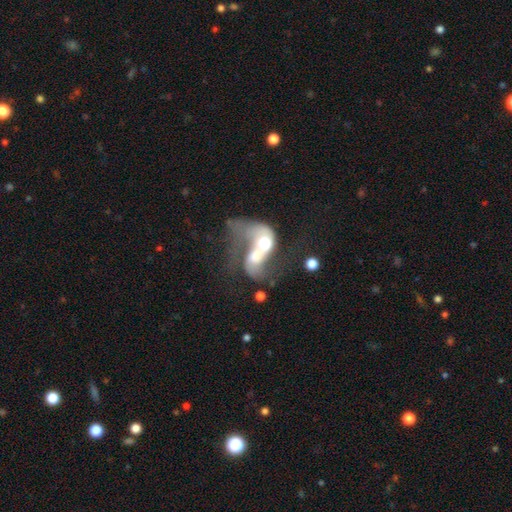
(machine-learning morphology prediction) A featured or disk galaxy (60%) with no bar (70%), spiral arms (60%) and a moderate central bulge (50%). Merging: merger (75%).